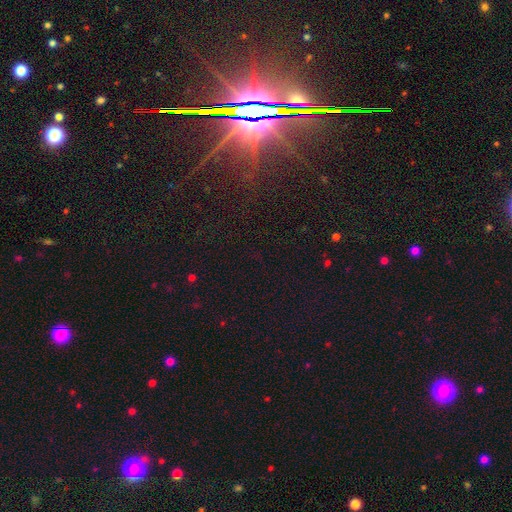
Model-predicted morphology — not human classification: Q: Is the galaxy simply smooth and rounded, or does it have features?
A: star or artifact — 74%.